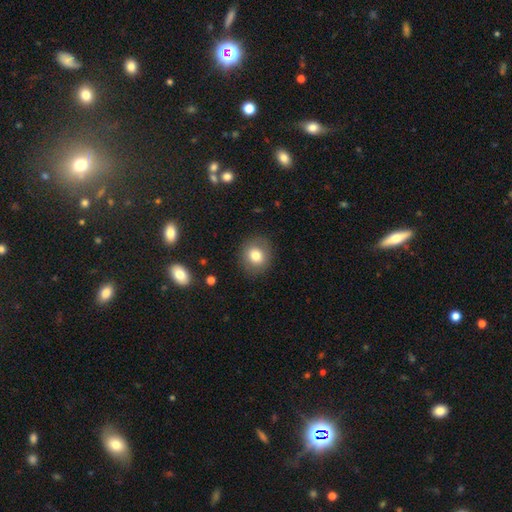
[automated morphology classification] smooth_or_featured: smooth (p=0.77) [alt: featured or disk p=0.13]
how_rounded: round (p=0.76) [alt: in between p=0.23]
merging: none (p=0.85) [alt: minor disturbance p=0.10]